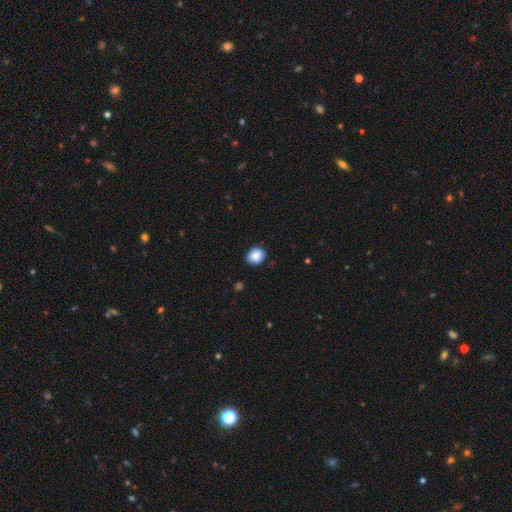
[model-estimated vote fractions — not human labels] Q: Smooth or featured?
A: smooth (85%); runner-up: star or artifact (8%)
Q: How rounded?
A: round (59%); runner-up: in between (40%)
Q: Merging?
A: none (83%); runner-up: minor disturbance (13%)